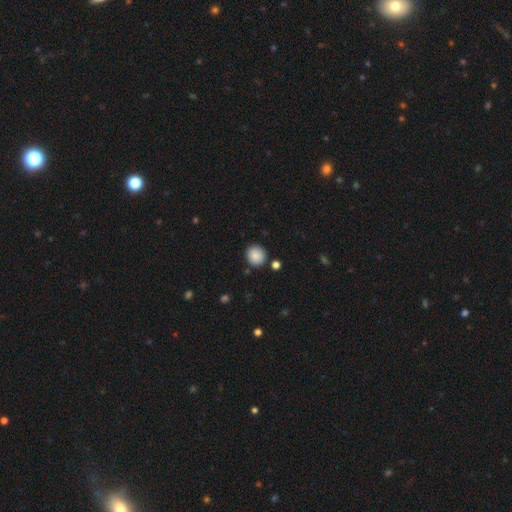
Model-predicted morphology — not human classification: The model was most divided on "how rounded": round: 88%, in between: 11%, cigar-shaped: 1%. More confident: merging — none (88%); smooth or featured — smooth (87%).